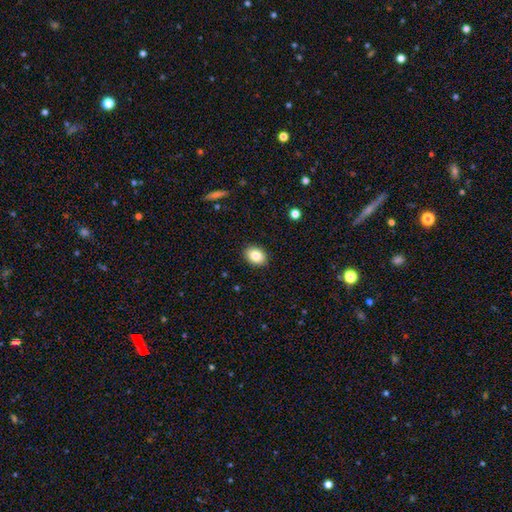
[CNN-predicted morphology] Q: Smooth or featured?
A: smooth (84%); runner-up: star or artifact (8%)
Q: How rounded?
A: in between (71%); runner-up: round (28%)
Q: Merging?
A: none (90%); runner-up: minor disturbance (7%)